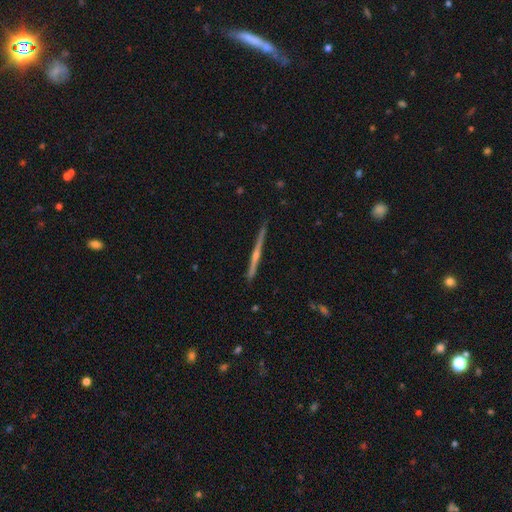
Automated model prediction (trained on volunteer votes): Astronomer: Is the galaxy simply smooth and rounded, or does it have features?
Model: featured or disk — 78%.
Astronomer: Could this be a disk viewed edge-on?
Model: yes — 98%.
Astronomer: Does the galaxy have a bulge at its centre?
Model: rounded — 72%.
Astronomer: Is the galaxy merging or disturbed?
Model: none — 90%.